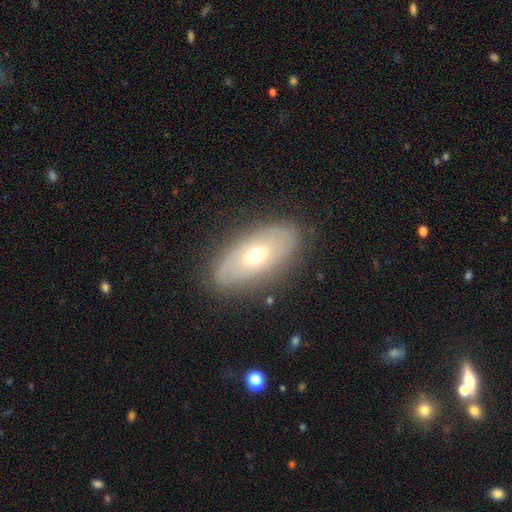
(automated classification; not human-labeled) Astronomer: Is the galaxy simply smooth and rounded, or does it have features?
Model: smooth — 47% (runner-up: featured or disk, 46%).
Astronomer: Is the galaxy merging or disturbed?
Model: none — 81%.